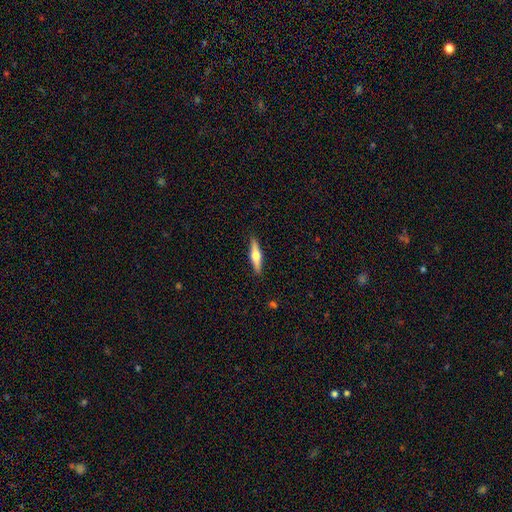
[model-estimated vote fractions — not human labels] A featured or disk galaxy (56%) viewed edge-on (96%) with a rounded central bulge (95%). Merging: none (90%).